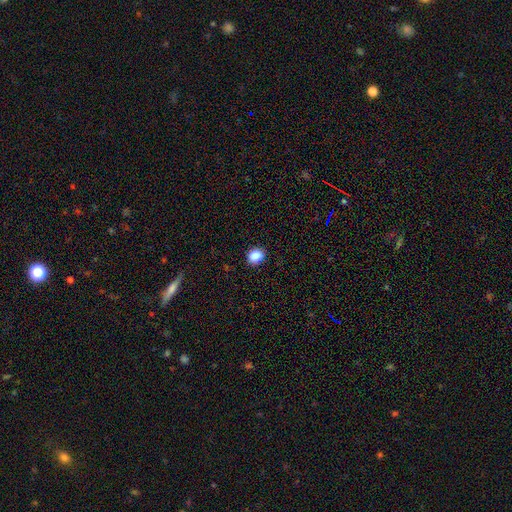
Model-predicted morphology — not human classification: This is clearly a smooth galaxy (86%). How rounded: likely round (61%). Merging: clearly none (90%).